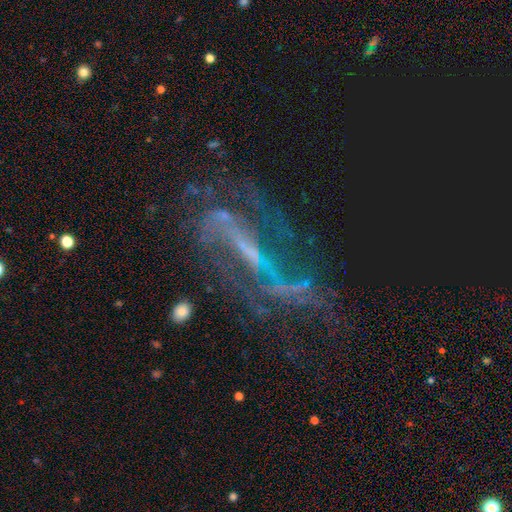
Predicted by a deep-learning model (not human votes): Smooth or featured: featured or disk — 78% (star or artifact — 15%)
Edge-on disk: no — 88% (yes — 12%)
Bar: strong — 43% (weak — 37%)
Spiral arms: yes — 87% (no — 13%)
Spiral winding: loose — 42% (medium — 39%)
Spiral arm count: 2 — 58% (can't tell — 20%)
Bulge size: small — 60% (none — 21%)
Merging: none — 55% (major disturbance — 23%)